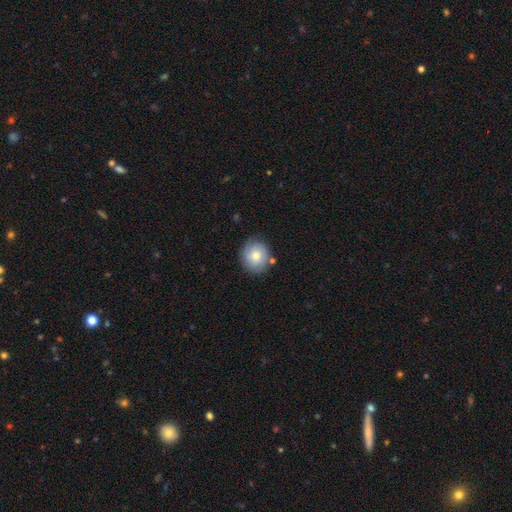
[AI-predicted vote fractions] Overall: smooth (63%; featured or disk 29%). How rounded: round (82%). Merging: none (77%).